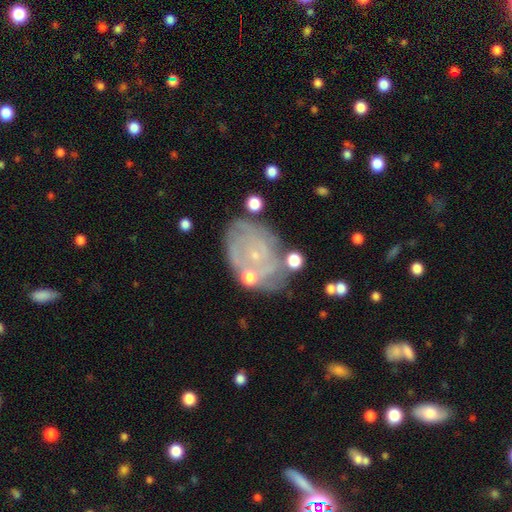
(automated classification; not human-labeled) featured or disk 71%, smooth 19%, star or artifact 10%. Down the decision tree: edge-on disk — no (96%); bar — no (81%); spiral arms — yes (76%); spiral arm count — can't tell (56%); spiral winding — tight (71%); bulge size — small (83%); merging — none (64%).